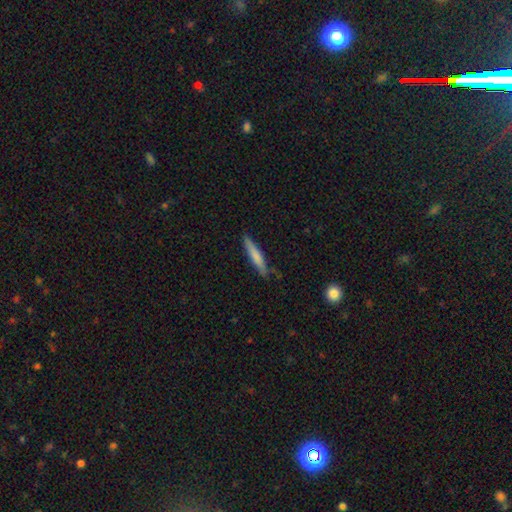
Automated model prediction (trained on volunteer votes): smooth-or-featured: smooth: 69% | featured or disk: 25% | star or artifact: 6%
  how-rounded: cigar-shaped: 92% | in between: 7% | round: 1%
  merging: none: 81% | minor disturbance: 14% | major disturbance: 2% | merger: 2%